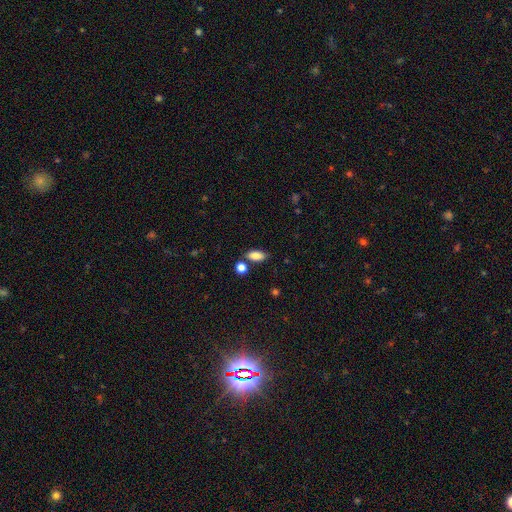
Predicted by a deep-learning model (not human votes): Smooth or featured?
  - smooth: 85% *
  - star or artifact: 8%
  - featured or disk: 6%
How rounded?
  - in between: 86% *
  - cigar-shaped: 9%
  - round: 5%
Merging?
  - none: 72% *
  - minor disturbance: 13%
  - merger: 11%
  - major disturbance: 3%